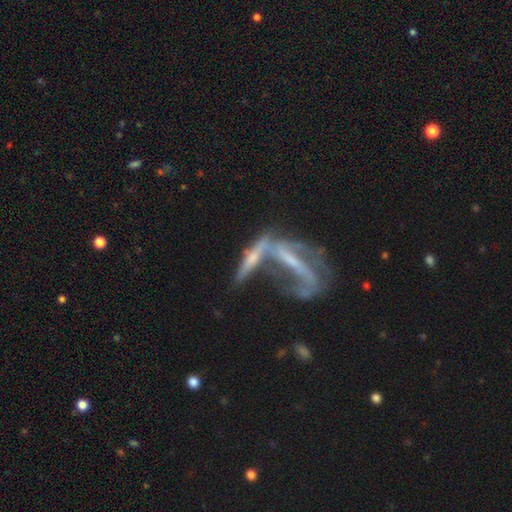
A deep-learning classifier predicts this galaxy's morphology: Smooth or featured?
  - featured or disk: 72% *
  - smooth: 18%
  - star or artifact: 10%
Edge-on disk?
  - yes: 53% *
  - no: 47%
Merging?
  - merger: 54% *
  - none: 22%
  - major disturbance: 14%
  - minor disturbance: 10%